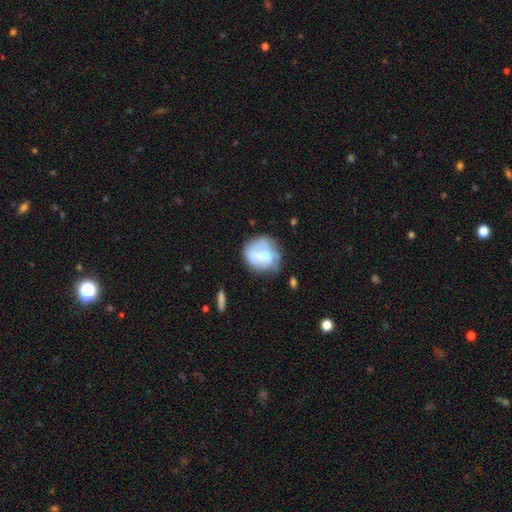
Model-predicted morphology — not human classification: smooth 50%, featured or disk 42%, star or artifact 8%. Down the decision tree: how rounded — round (76%); merging — none (46%).